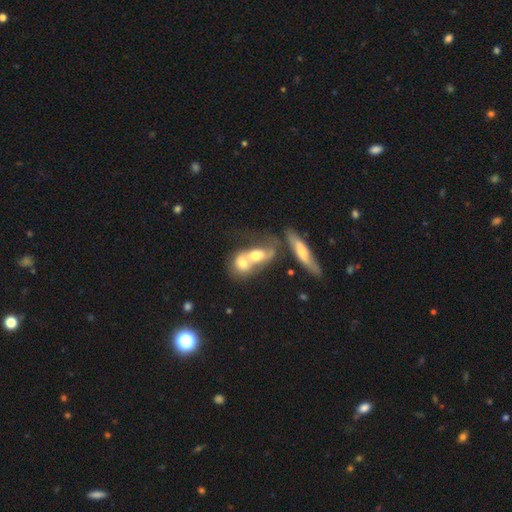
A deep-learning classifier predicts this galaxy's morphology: This is possibly a smooth galaxy (51%). How rounded: possibly in between (60%). Merging: likely merger (73%).